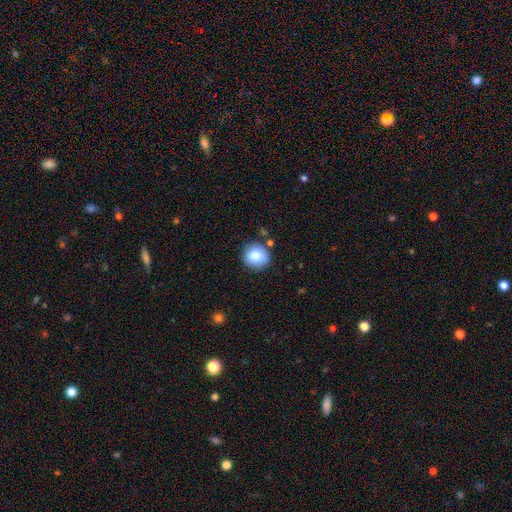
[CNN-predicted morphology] type=smooth (85%); roundness=round (89%); merging=none (82%).